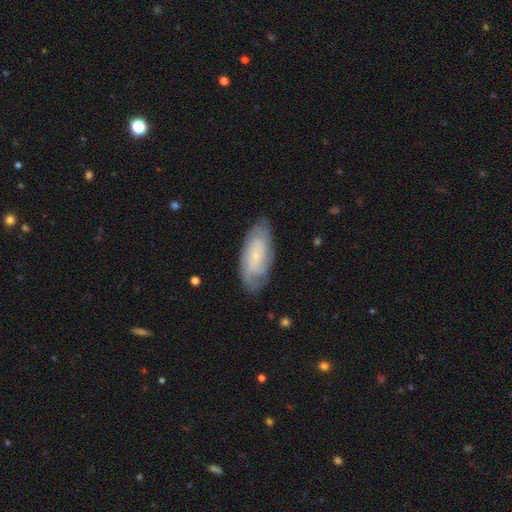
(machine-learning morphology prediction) Overall: featured or disk (68%). Edge-on disk: no (92%). Bar: no (67%; weak 27%). Spiral arms: yes (91%). Spiral arm count: can't tell (44%; 2 27%). Spiral winding: tight (61%; medium 30%). Bulge size: small (78%). Merging: none (77%).